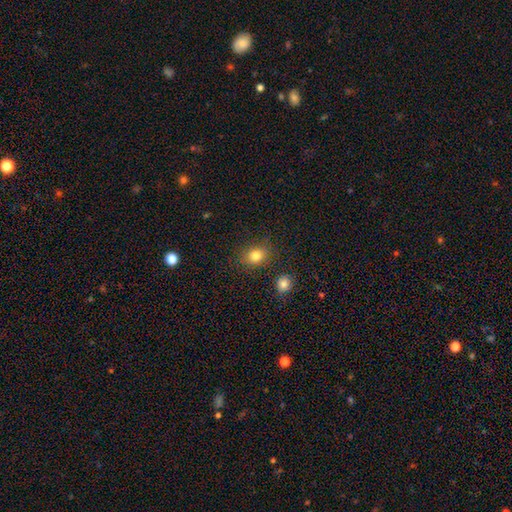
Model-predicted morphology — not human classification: smooth-or-featured: smooth: 82% | star or artifact: 11% | featured or disk: 6%
  how-rounded: round: 52% | in between: 47% | cigar-shaped: 1%
  merging: none: 81% | minor disturbance: 12% | merger: 4% | major disturbance: 4%